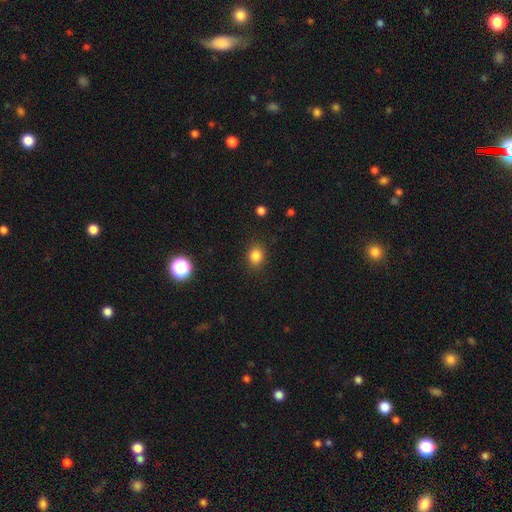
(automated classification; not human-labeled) Smooth or featured? Predicted: smooth (p=0.83). How rounded? Predicted: round (p=0.60). Merging? Predicted: none (p=0.87).